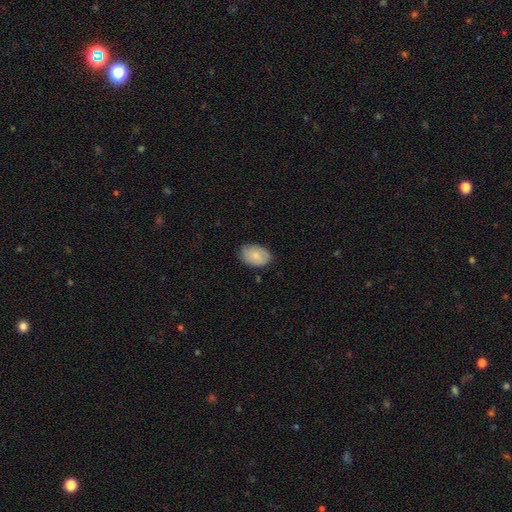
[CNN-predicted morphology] Overall: smooth (80%). How rounded: in between (85%). Merging: none (78%).